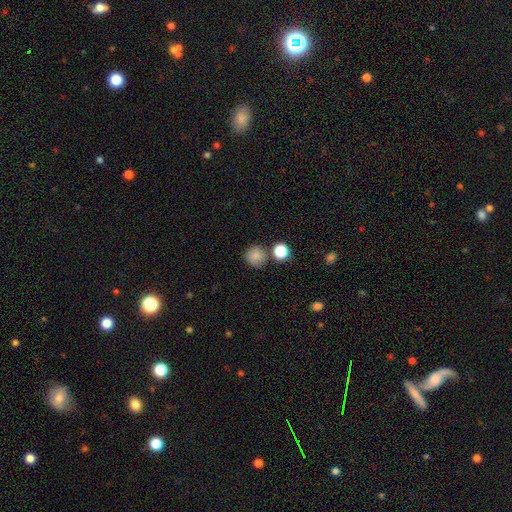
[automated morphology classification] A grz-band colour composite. It shows a smooth galaxy with no disk features (84%) that is round (91%). Merging: none (75%).